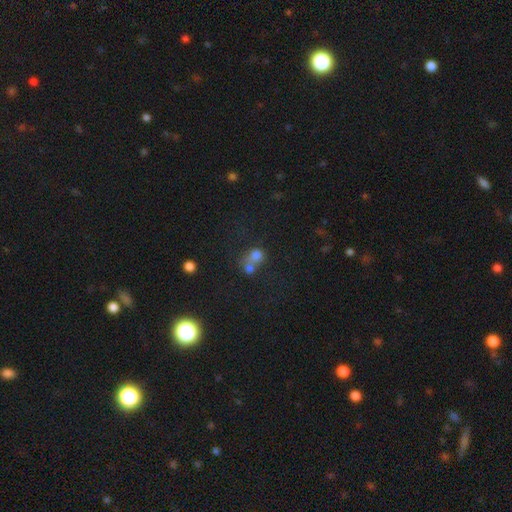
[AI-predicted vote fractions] This is likely a smooth galaxy (70%). How rounded: likely round (65%). Merging: likely merger (62%).